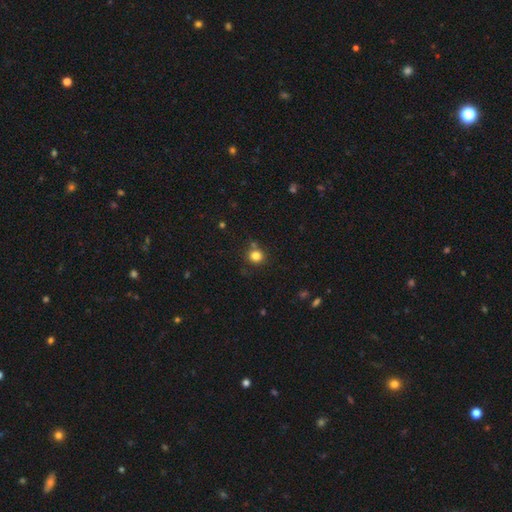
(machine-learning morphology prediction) Smooth or featured?
  - smooth: 81% *
  - star or artifact: 13%
  - featured or disk: 5%
How rounded?
  - round: 90% *
  - in between: 9%
  - cigar-shaped: 1%
Merging?
  - none: 77% *
  - merger: 10%
  - minor disturbance: 10%
  - major disturbance: 3%